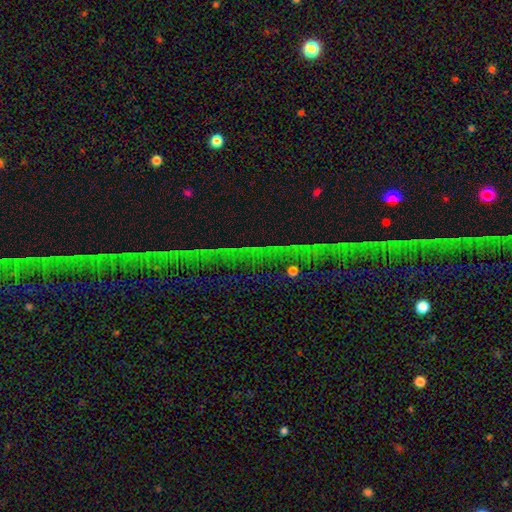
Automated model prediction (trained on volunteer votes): Smooth or featured: star or artifact — 86% (featured or disk — 8%)